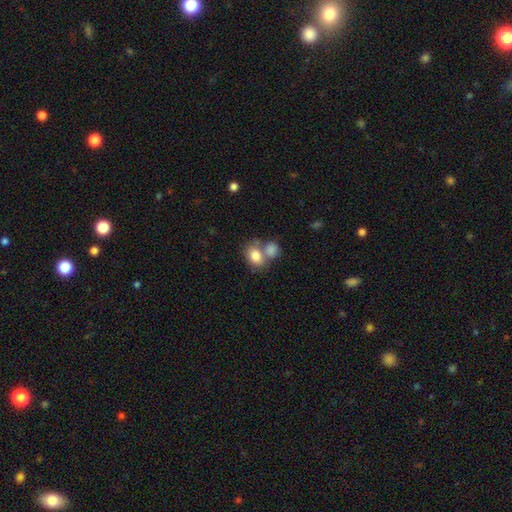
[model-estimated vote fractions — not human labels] Overall: smooth (80%). How rounded: in between (66%; round 33%). Merging: merger (46%; none 38%).